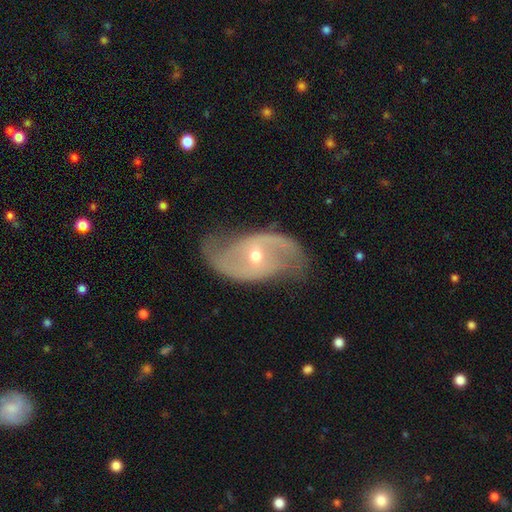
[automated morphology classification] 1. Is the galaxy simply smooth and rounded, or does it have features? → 87% featured or disk, 8% smooth, 6% star or artifact.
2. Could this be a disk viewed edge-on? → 96% no, 4% yes.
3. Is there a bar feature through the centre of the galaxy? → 48% no, 34% weak, 18% strong.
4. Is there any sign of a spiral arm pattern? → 93% yes, 7% no.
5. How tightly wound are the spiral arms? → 43% medium, 41% loose, 15% tight.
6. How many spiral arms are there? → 92% 2, 4% can't tell, 2% 1, 1% 3, 1% 4, 1% more than 4.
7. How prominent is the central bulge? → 48% small (tied), 48% moderate (tied), 2% large, 1% dominant, 1% none.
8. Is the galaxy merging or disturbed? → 72% none, 18% minor disturbance, 8% major disturbance, 1% merger.